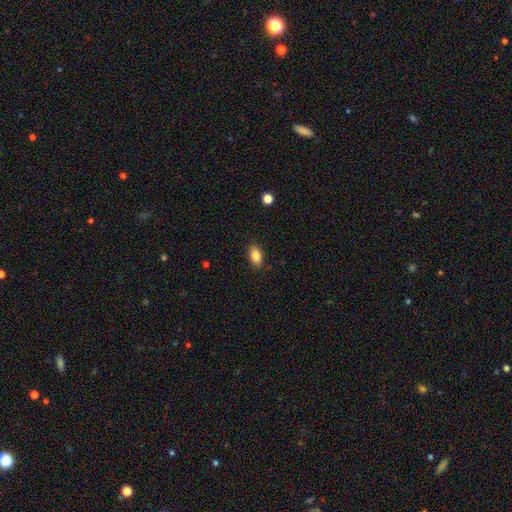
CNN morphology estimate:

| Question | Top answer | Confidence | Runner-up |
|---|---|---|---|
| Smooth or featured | smooth | 86% | star or artifact (8%) |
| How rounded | in between | 91% | round (6%) |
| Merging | none | 87% | minor disturbance (9%) |